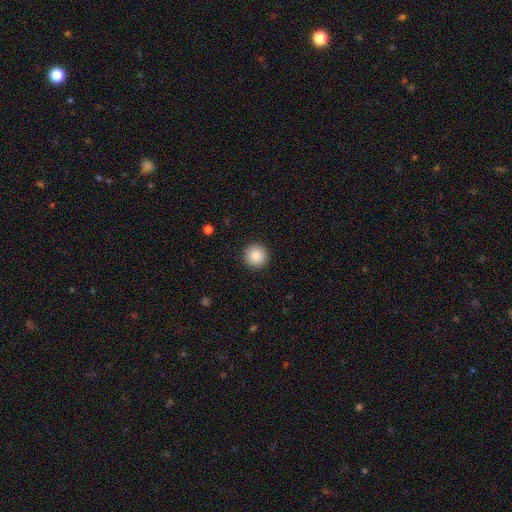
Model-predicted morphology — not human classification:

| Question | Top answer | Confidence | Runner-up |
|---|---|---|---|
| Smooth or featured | smooth | 88% | star or artifact (8%) |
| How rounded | round | 95% | in between (4%) |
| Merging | none | 93% | minor disturbance (5%) |